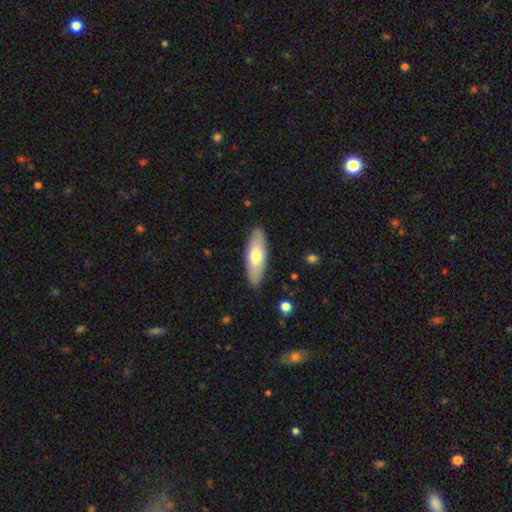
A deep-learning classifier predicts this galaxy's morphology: smooth 66%, featured or disk 29%, star or artifact 5%. Down the decision tree: how rounded — in between (63%); merging — none (88%).